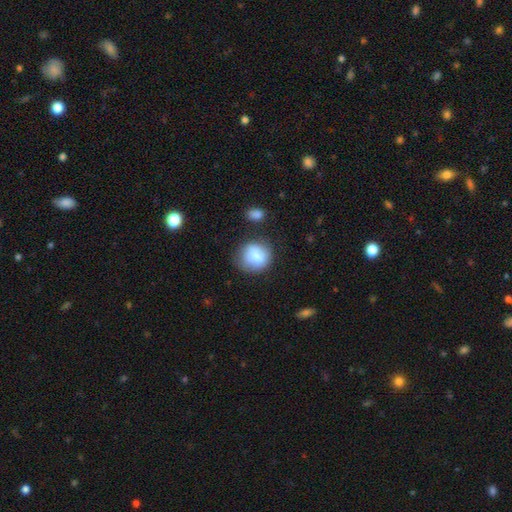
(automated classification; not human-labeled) A smooth galaxy with no disk features (78%) that is round (84%). Merging: none (65%).